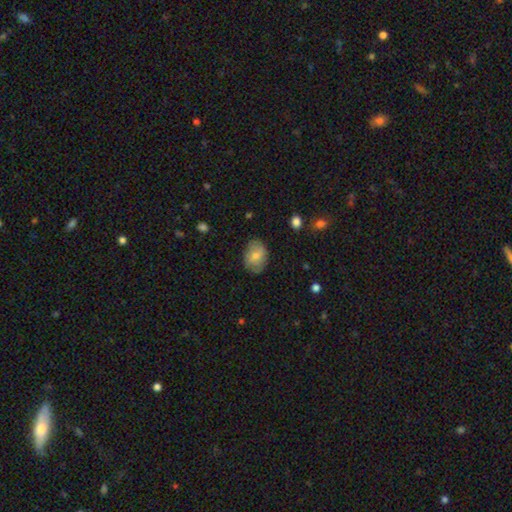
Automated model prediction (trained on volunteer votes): This appears to be a smooth galaxy with no disk features (73%) that is in between round and cigar-shaped (74%). Merging: none (76%).